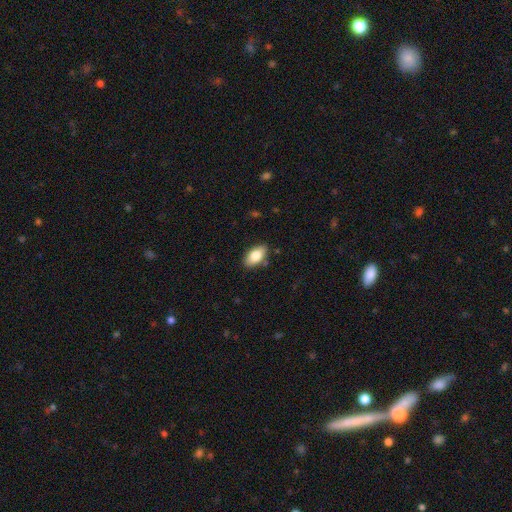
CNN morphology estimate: Smooth or featured? Predicted: smooth (p=0.81). How rounded? Predicted: in between (p=0.93). Merging? Predicted: none (p=0.84).